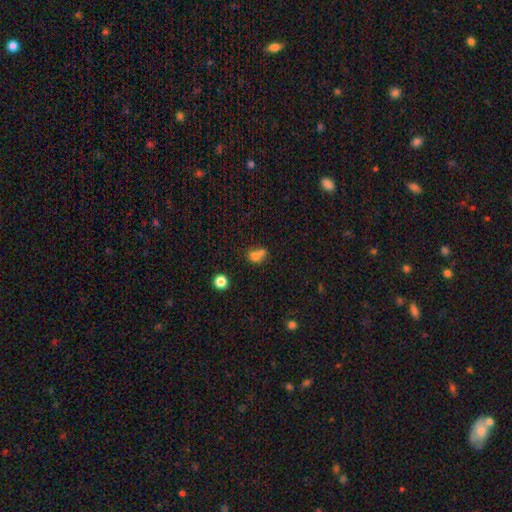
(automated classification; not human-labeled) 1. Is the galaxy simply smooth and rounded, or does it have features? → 71% smooth, 15% featured or disk, 14% star or artifact.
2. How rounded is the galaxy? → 63% round, 35% in between, 2% cigar-shaped.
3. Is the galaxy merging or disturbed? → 57% merger, 30% none, 9% minor disturbance, 5% major disturbance.